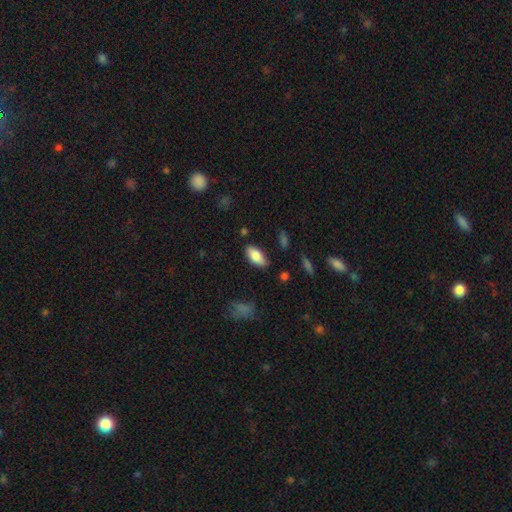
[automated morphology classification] Smooth or featured: smooth — 80% (featured or disk — 13%)
How rounded: in between — 88% (cigar-shaped — 10%)
Merging: none — 80% (minor disturbance — 15%)